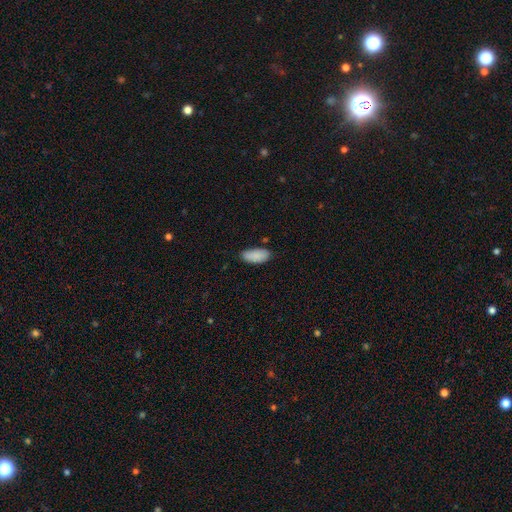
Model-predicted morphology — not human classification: Q: Smooth or featured?
A: smooth (89%); runner-up: star or artifact (6%)
Q: How rounded?
A: in between (90%); runner-up: cigar-shaped (8%)
Q: Merging?
A: none (79%); runner-up: minor disturbance (16%)